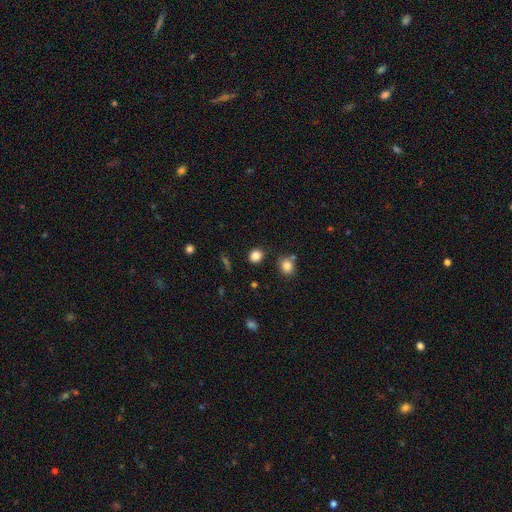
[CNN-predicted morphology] Smooth or featured?
  - smooth: 83% *
  - star or artifact: 12%
  - featured or disk: 4%
How rounded?
  - round: 77% *
  - in between: 22%
  - cigar-shaped: 1%
Merging?
  - none: 85% *
  - minor disturbance: 8%
  - merger: 4%
  - major disturbance: 3%